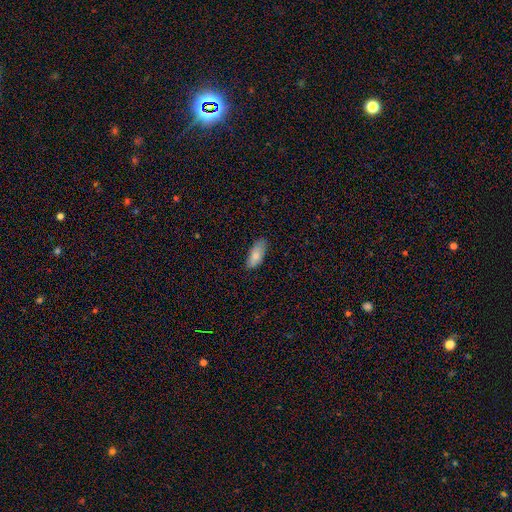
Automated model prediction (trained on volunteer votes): Smooth or featured? Predicted: smooth (p=0.80). How rounded? Predicted: in between (p=0.84). Merging? Predicted: none (p=0.78).